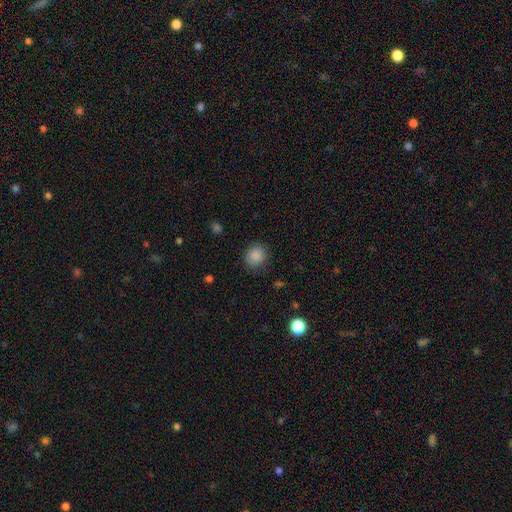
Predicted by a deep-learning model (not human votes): Smooth or featured?
  - smooth: 86% *
  - star or artifact: 9%
  - featured or disk: 5%
How rounded?
  - round: 79% *
  - in between: 20%
  - cigar-shaped: 1%
Merging?
  - none: 81% *
  - minor disturbance: 14%
  - major disturbance: 4%
  - merger: 1%